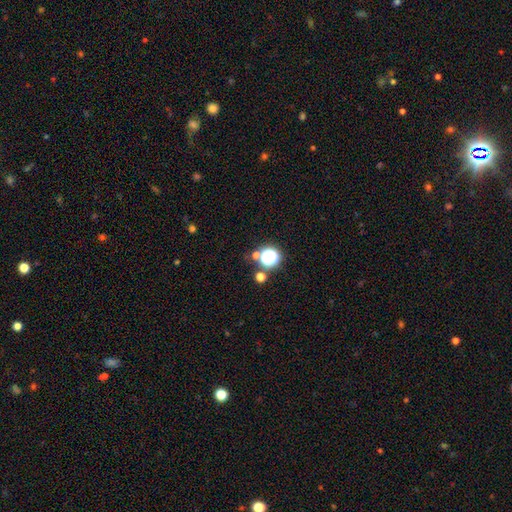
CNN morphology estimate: A star or artifact, not a galaxy (64%).